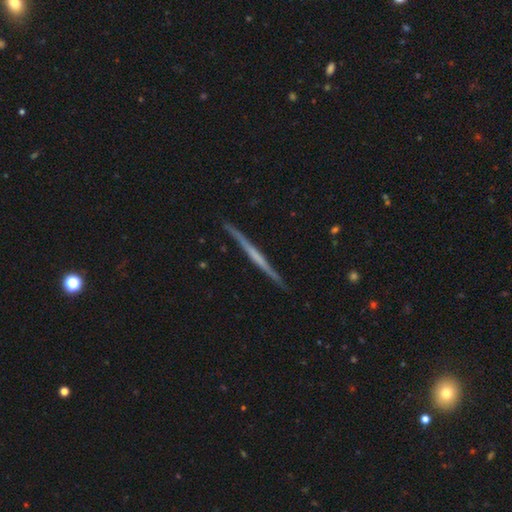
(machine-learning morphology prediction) type=featured or disk (66%); edge-on=yes (98%); edge-on bulge=none (78%); merging=none (91%).